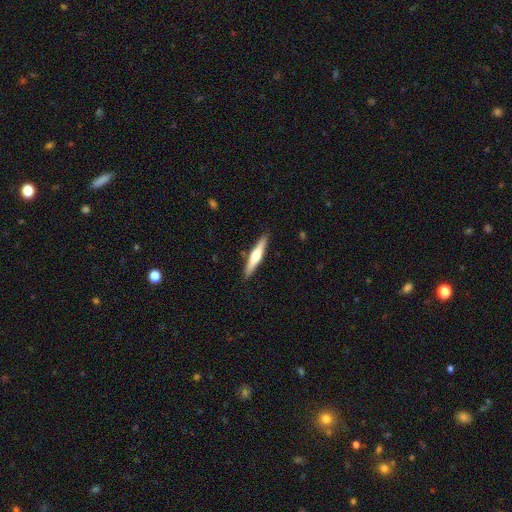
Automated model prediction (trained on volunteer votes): Overall: featured or disk (52%; smooth 43%). Edge-on disk: yes (96%). Edge-on bulge: rounded (87%). Merging: none (89%).